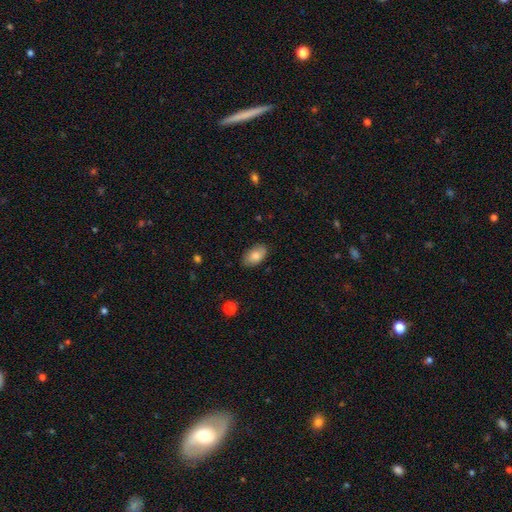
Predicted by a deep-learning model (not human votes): A smooth galaxy with no disk features (80%) that is in between round and cigar-shaped (93%). Merging: none (84%).